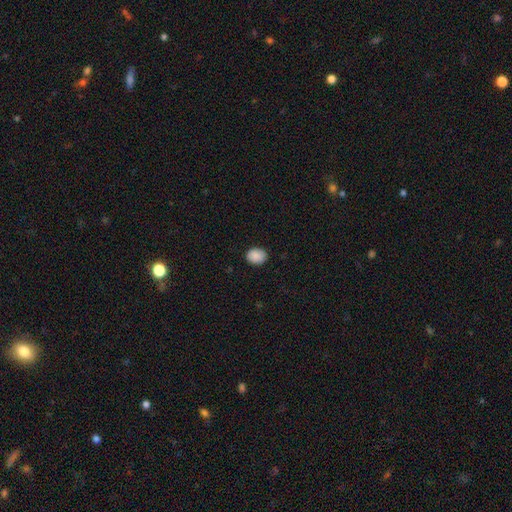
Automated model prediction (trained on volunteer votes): Overall: smooth (89%). How rounded: round (50%; in between 49%). Merging: none (85%).